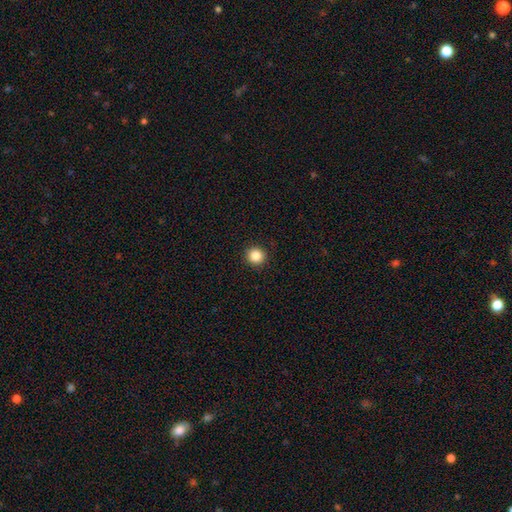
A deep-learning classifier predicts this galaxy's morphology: type=smooth (85%); roundness=round (93%); merging=none (93%).